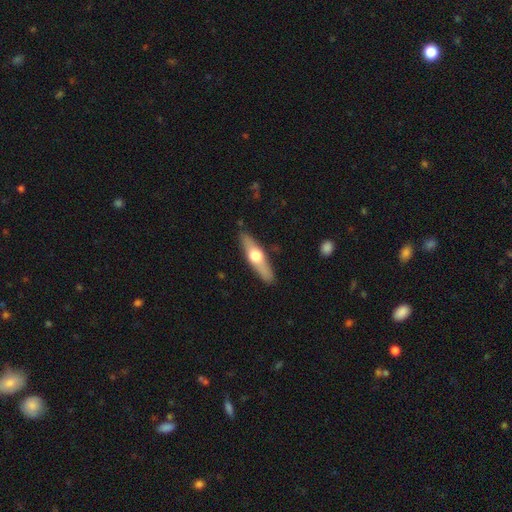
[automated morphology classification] smooth-or-featured: featured or disk: 55% | smooth: 40% | star or artifact: 5%
  disk-edge-on: yes: 91% | no: 9%
    edge-on-bulge: rounded: 95% | boxy: 3% | none: 2%
  merging: none: 88% | minor disturbance: 9% | major disturbance: 2% | merger: 2%